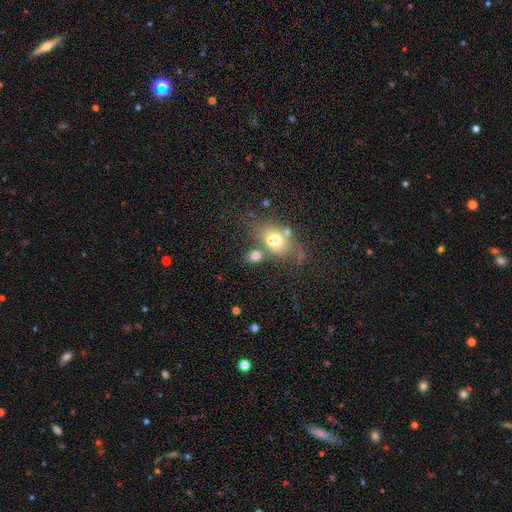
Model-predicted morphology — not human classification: A smooth galaxy with no disk features (68%) that is in between round and cigar-shaped (75%). Merging: none (46%).